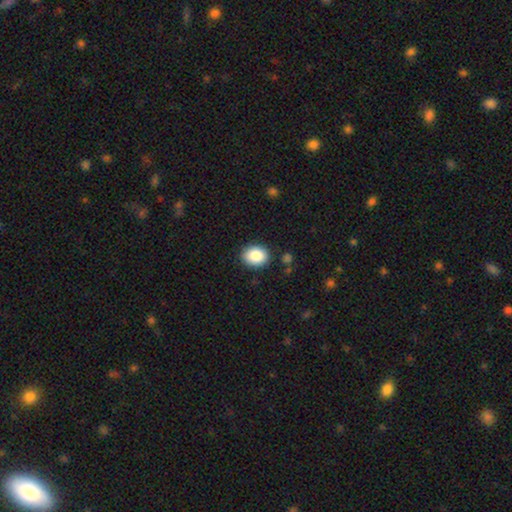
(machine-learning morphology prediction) The model was most divided on "how rounded": in between: 53%, round: 46%, cigar-shaped: 1%. More confident: merging — none (87%); smooth or featured — smooth (87%).